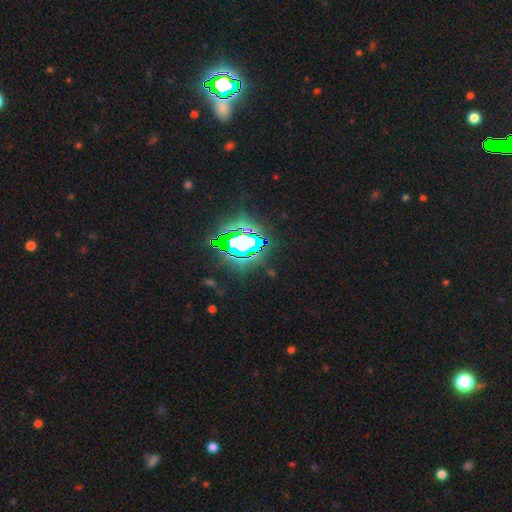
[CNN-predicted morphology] Smooth or featured? Predicted: star or artifact (p=0.78).